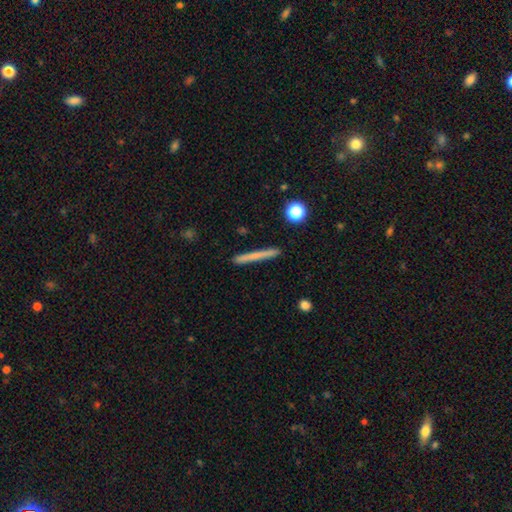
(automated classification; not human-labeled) This appears to be a smooth galaxy with no disk features (64%) that is cigar-shaped (96%). Merging: none (91%).